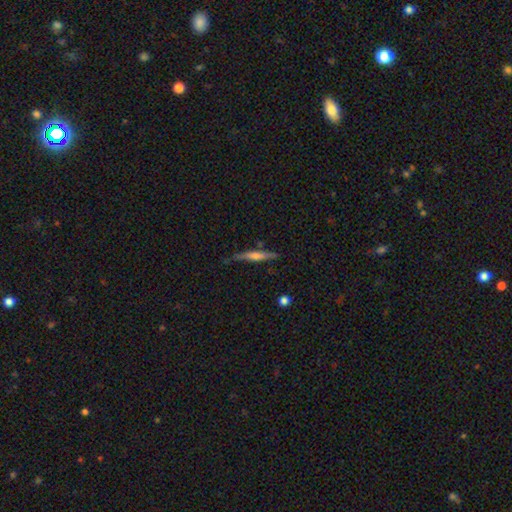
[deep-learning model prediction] featured or disk 58%, smooth 35%, star or artifact 7%. Down the decision tree: edge-on disk — yes (96%); edge-on bulge — rounded (58%); merging — none (82%).